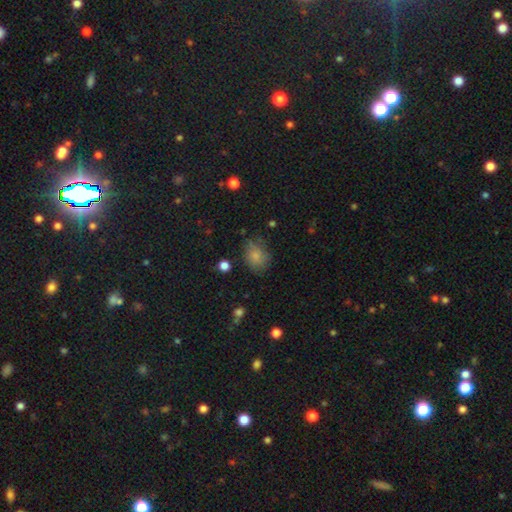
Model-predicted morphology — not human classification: Smooth or featured?
  - smooth: 80% *
  - featured or disk: 10%
  - star or artifact: 10%
How rounded?
  - in between: 56% *
  - round: 43%
  - cigar-shaped: 1%
Merging?
  - none: 64% *
  - minor disturbance: 25%
  - major disturbance: 9%
  - merger: 3%